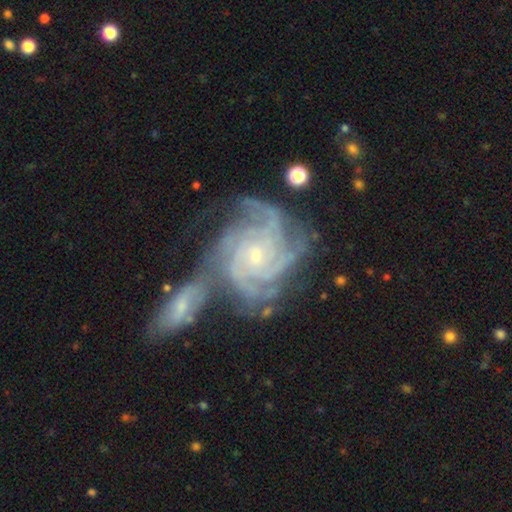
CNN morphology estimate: smooth_or_featured: featured or disk (p=0.91) [alt: star or artifact p=0.05]
disk_edge_on: no (p=0.98) [alt: yes p=0.02]
bar: no (p=0.68) [alt: weak p=0.24]
has_spiral_arms: yes (p=0.98) [alt: no p=0.02]
spiral_winding: tight (p=0.73) [alt: medium p=0.24]
spiral_arm_count: 4 (p=0.41) [alt: more than 4 p=0.18]
bulge_size: small (p=0.78) [alt: moderate p=0.18]
merging: none (p=0.42) [alt: merger p=0.34]